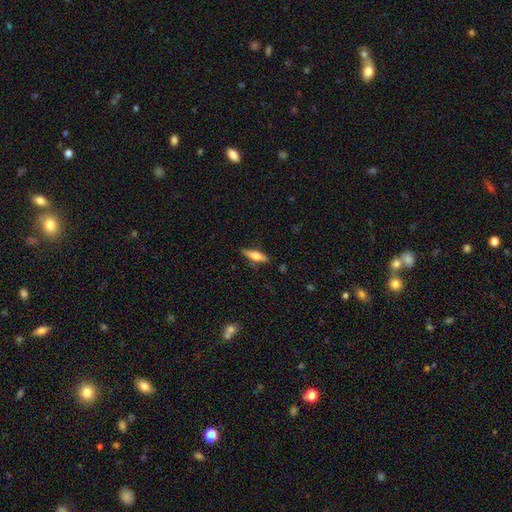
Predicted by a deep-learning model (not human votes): Smooth or featured? smooth (58%)
How rounded? cigar-shaped (56%)
Merging? none (83%)